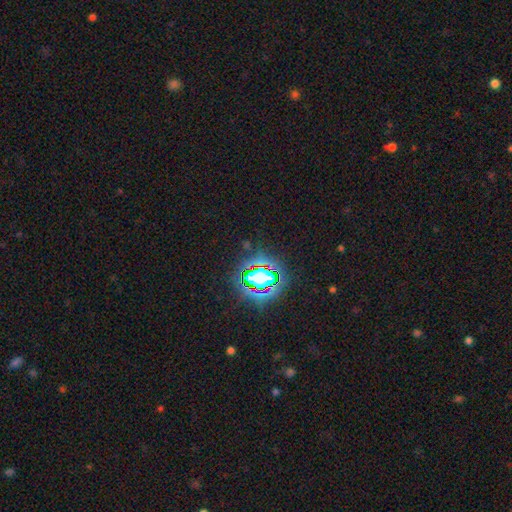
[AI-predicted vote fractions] smooth-or-featured: star or artifact: 83% | smooth: 11% | featured or disk: 7%